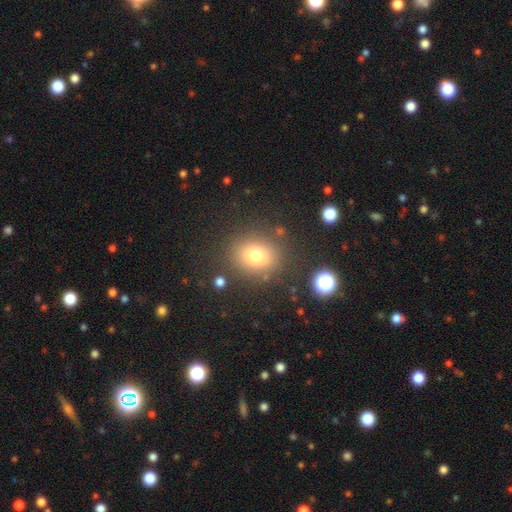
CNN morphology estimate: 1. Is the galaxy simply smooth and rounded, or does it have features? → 74% smooth, 15% star or artifact, 10% featured or disk.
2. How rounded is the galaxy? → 66% round, 33% in between, 1% cigar-shaped.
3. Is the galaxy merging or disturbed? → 82% none, 10% minor disturbance, 5% major disturbance, 4% merger.